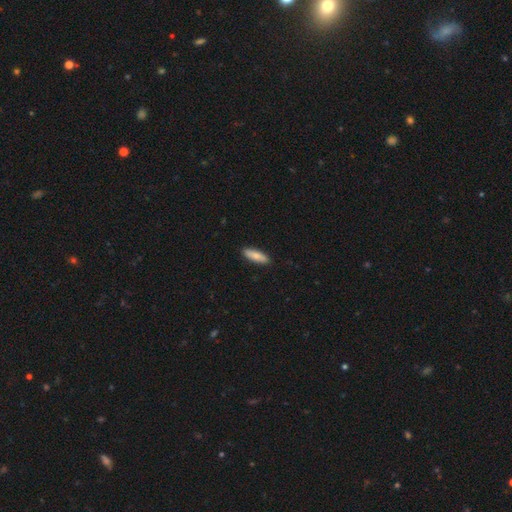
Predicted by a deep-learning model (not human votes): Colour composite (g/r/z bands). It shows a smooth galaxy with no disk features (79%) that is cigar-shaped (54%). Merging: none (90%).